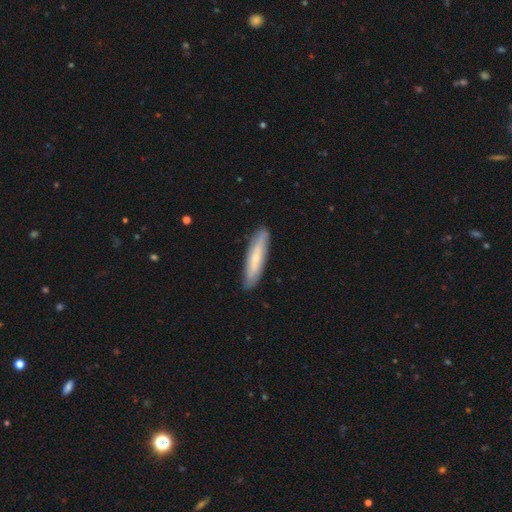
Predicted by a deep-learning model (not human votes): A smooth galaxy with no disk features (63%) that is cigar-shaped (85%). Merging: none (87%).